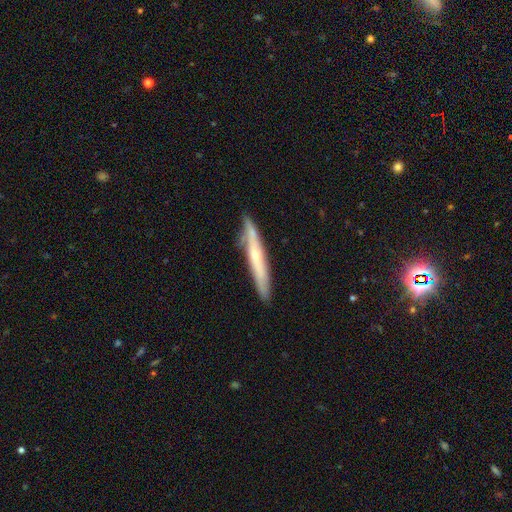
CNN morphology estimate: Q: Smooth or featured?
A: featured or disk (55%); runner-up: smooth (39%)
Q: Edge-on disk?
A: yes (86%); runner-up: no (14%)
Q: Merging?
A: none (78%); runner-up: minor disturbance (16%)